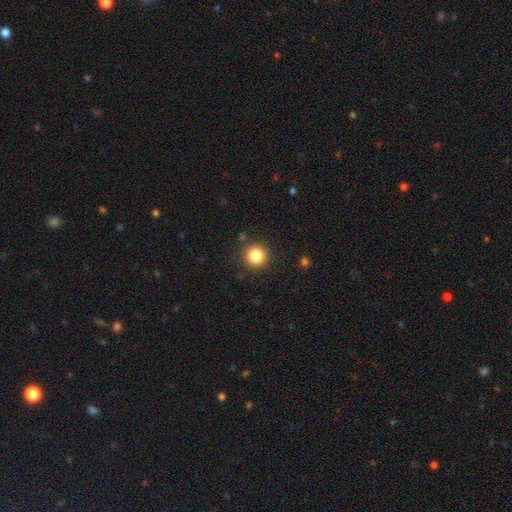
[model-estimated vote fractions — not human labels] Smooth or featured?
  - smooth: 84% *
  - star or artifact: 11%
  - featured or disk: 5%
How rounded?
  - round: 94% *
  - in between: 5%
  - cigar-shaped: 1%
Merging?
  - none: 89% *
  - minor disturbance: 7%
  - major disturbance: 2%
  - merger: 2%